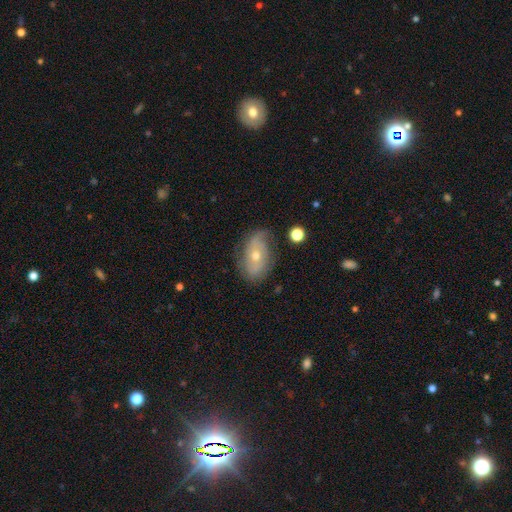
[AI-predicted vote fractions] Morphology: type=featured or disk (59%); edge-on=no (92%); bar=no (73%); spiral arms=yes (71%); bulge=moderate (49%); merging=none (69%).